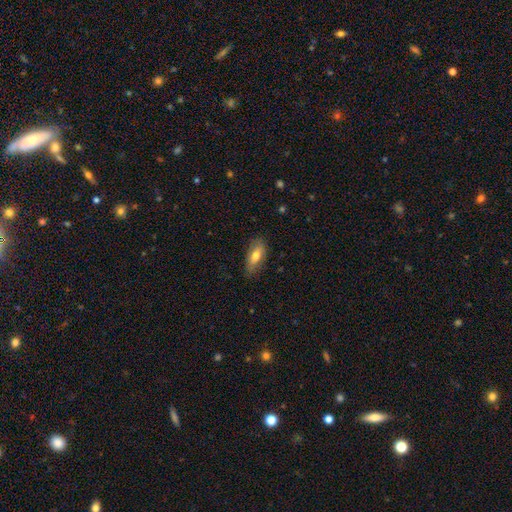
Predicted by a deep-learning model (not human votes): Q: Smooth or featured?
A: smooth (68%); runner-up: featured or disk (25%)
Q: How rounded?
A: in between (80%); runner-up: cigar-shaped (17%)
Q: Merging?
A: none (78%); runner-up: minor disturbance (18%)